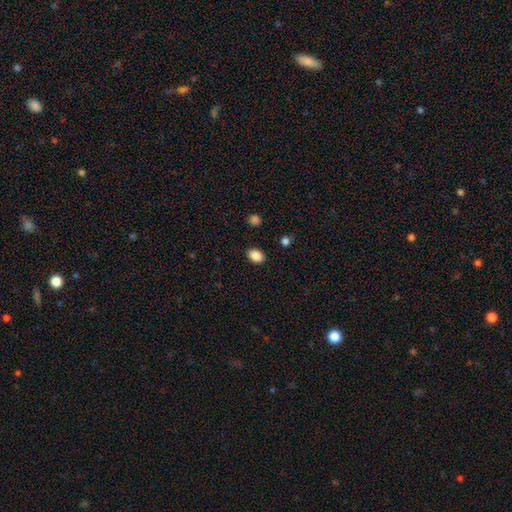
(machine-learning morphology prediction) smooth 88%, star or artifact 9%, featured or disk 4%. Down the decision tree: how rounded — in between (78%); merging — none (88%).